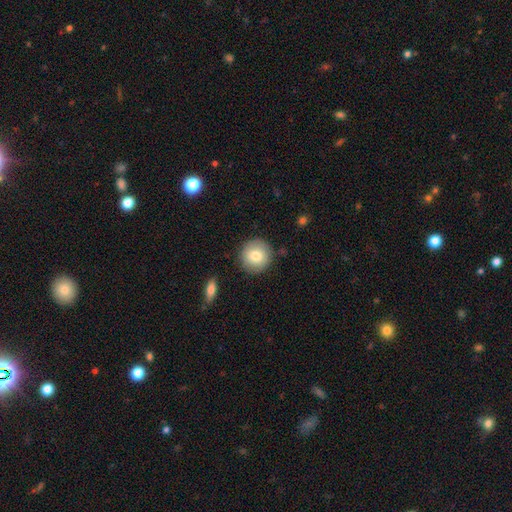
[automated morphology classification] This appears to be a smooth galaxy with no disk features (81%) that is round (94%). Merging: none (87%).